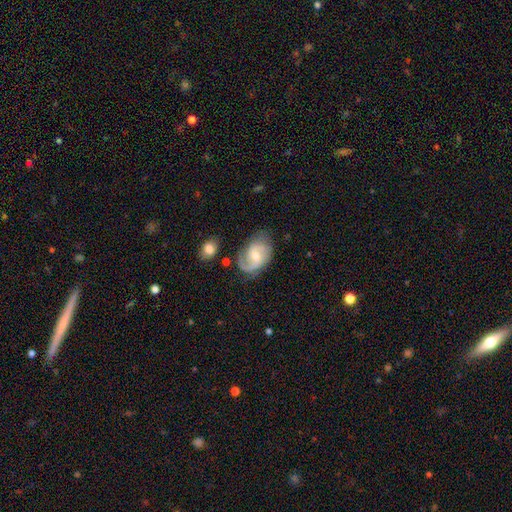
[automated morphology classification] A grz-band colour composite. It shows a featured or disk galaxy (78%) with a weak bar (49%), 2 (62%) medium (47%) spiral arms (94%) and a moderate central bulge (53%). Merging: none (60%).